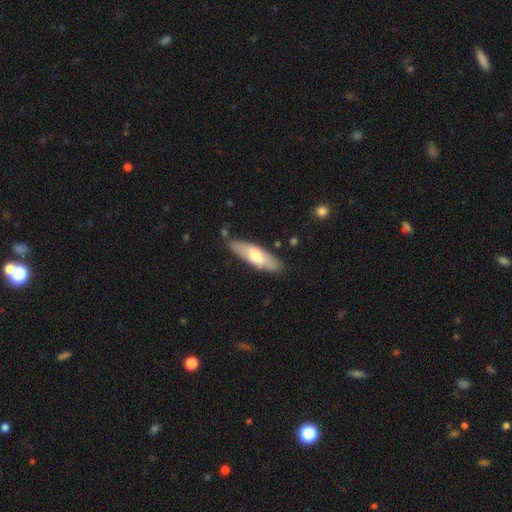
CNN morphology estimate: Smooth or featured: smooth — 64% (featured or disk — 31%)
How rounded: cigar-shaped — 50% (in between — 48%)
Merging: none — 78% (minor disturbance — 16%)